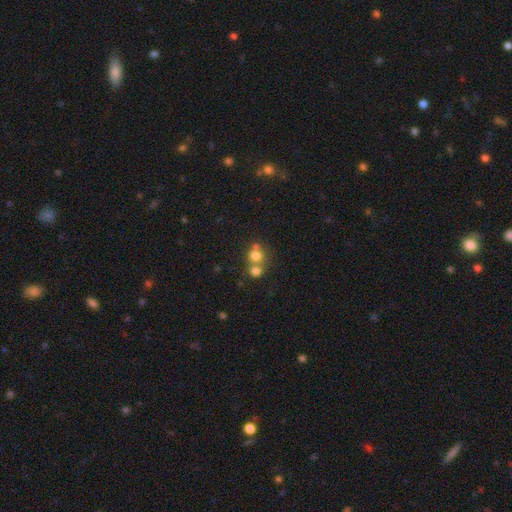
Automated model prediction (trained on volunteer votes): This appears to be a smooth galaxy with no disk features (72%) that is round (84%). Merging: merger (51%).